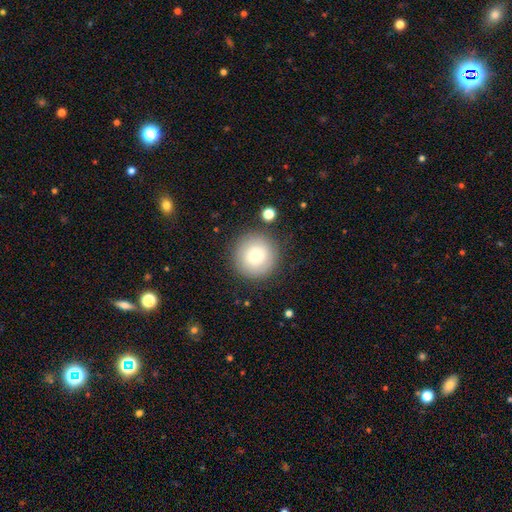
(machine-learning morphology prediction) Q: Smooth or featured?
A: smooth (76%); runner-up: featured or disk (15%)
Q: How rounded?
A: round (96%); runner-up: in between (3%)
Q: Merging?
A: none (85%); runner-up: minor disturbance (9%)